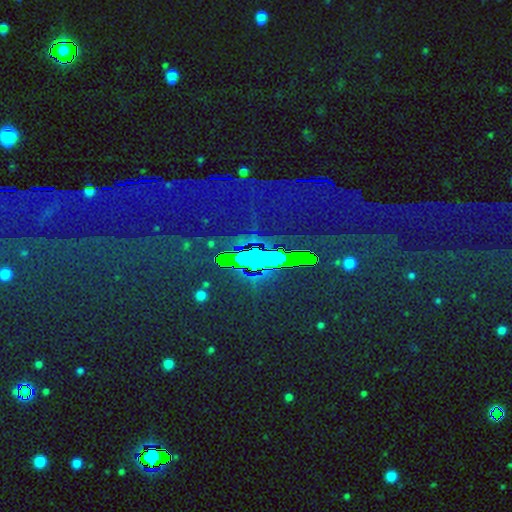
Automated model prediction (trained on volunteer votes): A star or artifact, not a galaxy (83%).

Vote fractions:
- Smooth or featured? star or artifact: 83% / smooth: 9% / featured or disk: 8%